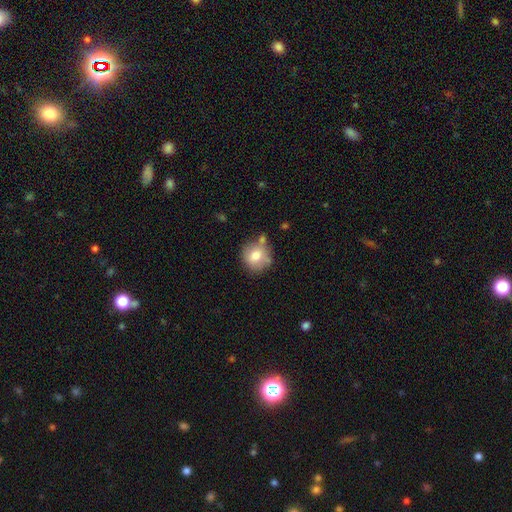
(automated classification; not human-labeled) This is likely a smooth galaxy (75%). How rounded: clearly round (88%). Merging: likely none (67%).